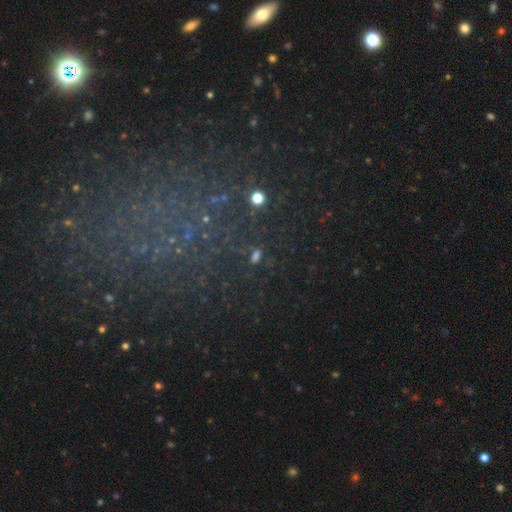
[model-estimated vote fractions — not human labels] smooth_or_featured: star or artifact (p=0.65) [alt: featured or disk p=0.18]